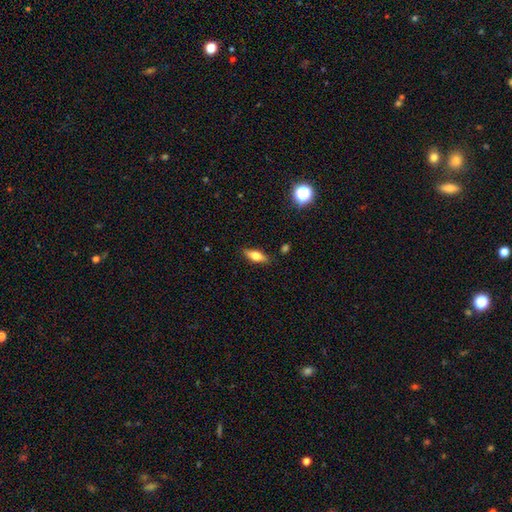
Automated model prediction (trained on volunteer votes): Smooth or featured? smooth (62%)
How rounded? in between (62%)
Merging? none (85%)